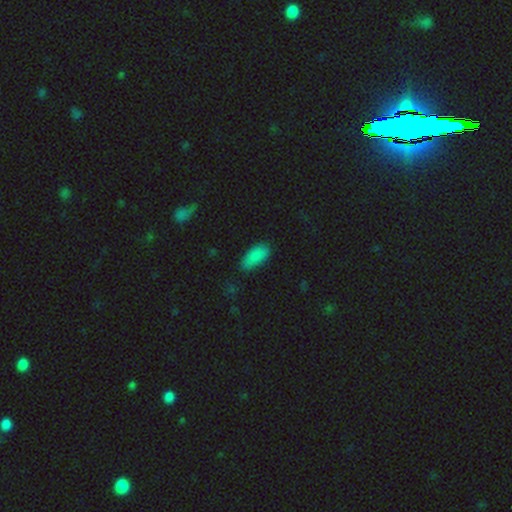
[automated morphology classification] type=smooth (86%); roundness=in between (87%); merging=none (75%).